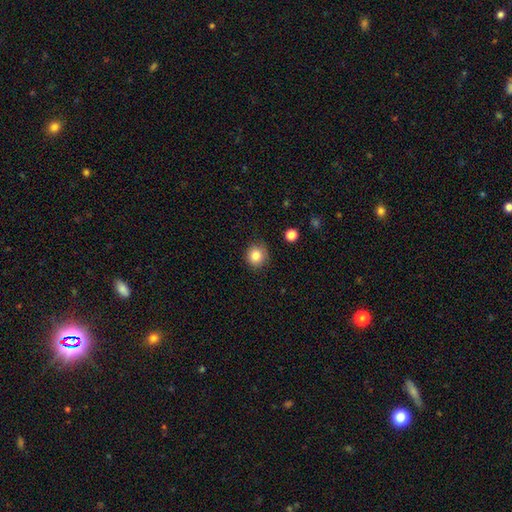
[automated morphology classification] smooth 83%, star or artifact 11%, featured or disk 7%. Down the decision tree: how rounded — round (87%); merging — none (83%).